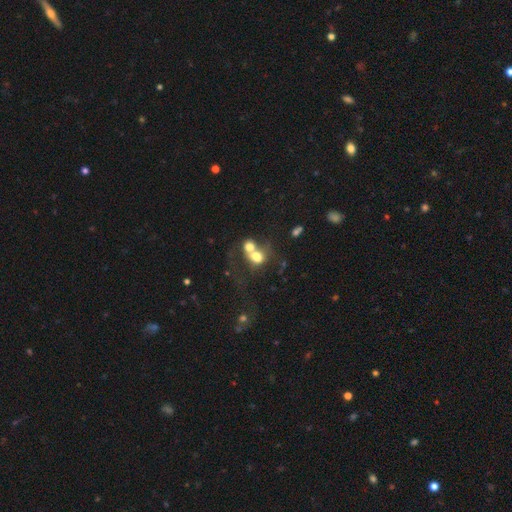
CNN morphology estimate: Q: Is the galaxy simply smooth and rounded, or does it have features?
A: smooth — 64%.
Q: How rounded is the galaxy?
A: round — 58%.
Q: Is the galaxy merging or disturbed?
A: merger — 68%.